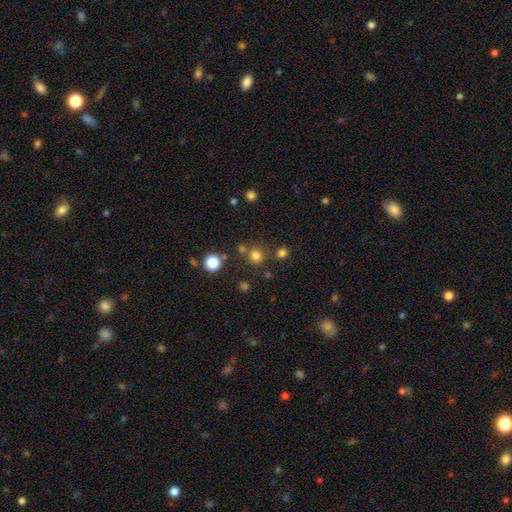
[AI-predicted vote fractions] Smooth or featured? Predicted: smooth (p=0.76). How rounded? Predicted: round (p=0.93). Merging? Predicted: none (p=0.78).